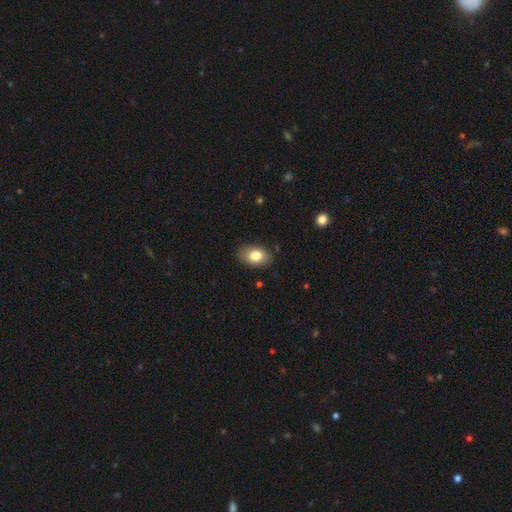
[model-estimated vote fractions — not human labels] This is likely a smooth galaxy (80%). How rounded: clearly in between (86%). Merging: clearly none (84%).